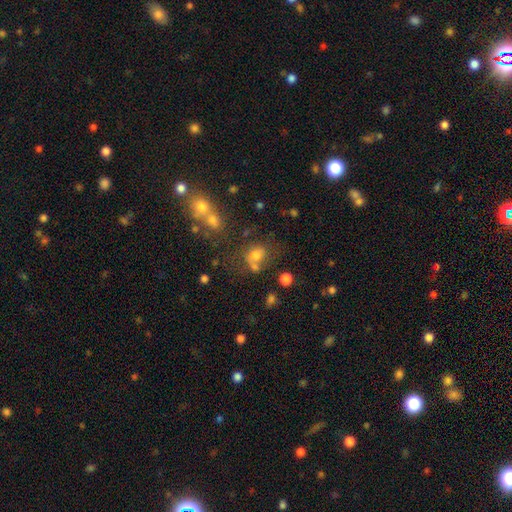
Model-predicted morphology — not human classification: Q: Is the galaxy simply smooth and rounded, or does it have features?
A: smooth — 70%.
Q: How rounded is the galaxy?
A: round — 57%.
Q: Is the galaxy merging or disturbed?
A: none — 46%.